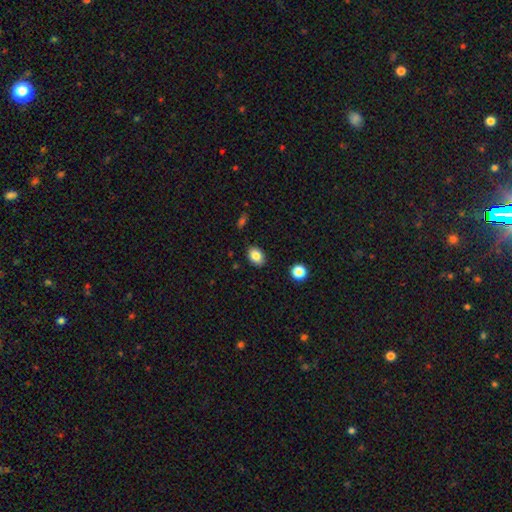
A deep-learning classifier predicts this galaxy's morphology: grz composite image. It shows a smooth galaxy with no disk features (85%) that is in between round and cigar-shaped (73%). Merging: none (86%).